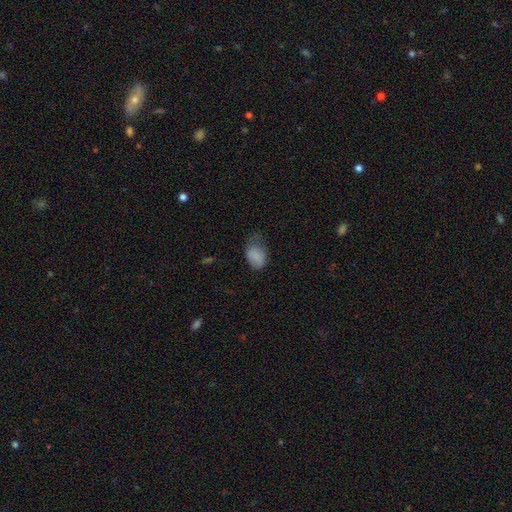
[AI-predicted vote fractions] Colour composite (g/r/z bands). It shows a smooth galaxy with no disk features (83%) that is in between round and cigar-shaped (85%). Merging: minor disturbance (40%).